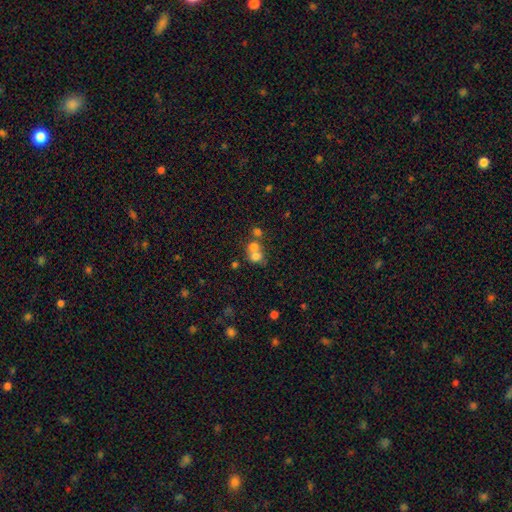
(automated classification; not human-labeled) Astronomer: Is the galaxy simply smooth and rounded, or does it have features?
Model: smooth — 69%.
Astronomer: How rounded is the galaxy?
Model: round — 72%.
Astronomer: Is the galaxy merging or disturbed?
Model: merger — 62%.